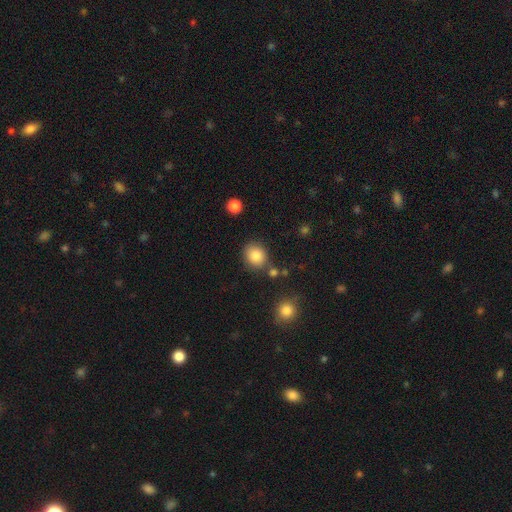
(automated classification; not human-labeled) smooth-or-featured: smooth: 85% | star or artifact: 9% | featured or disk: 6%
  how-rounded: round: 74% | in between: 25% | cigar-shaped: 1%
  merging: none: 78% | minor disturbance: 11% | merger: 7% | major disturbance: 3%